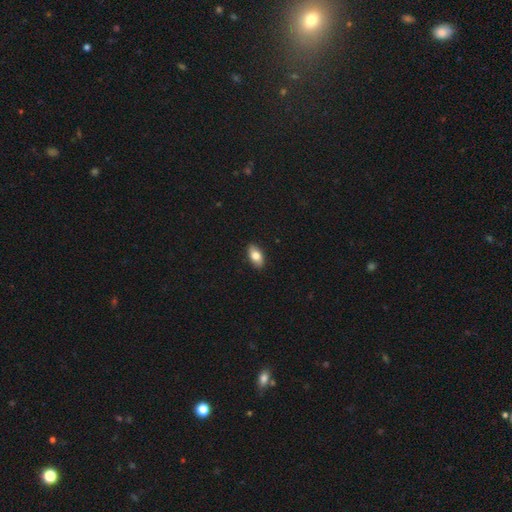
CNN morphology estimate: This appears to be a smooth galaxy with no disk features (79%) that is in between round and cigar-shaped (91%). Merging: none (89%).